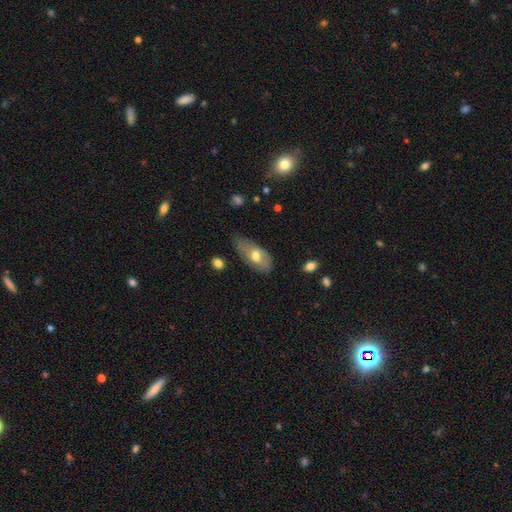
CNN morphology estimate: The model was most divided on "merging": none: 51%, minor disturbance: 36%, major disturbance: 11%, merger: 2%. More confident: how rounded — in between (89%); smooth or featured — smooth (58%).